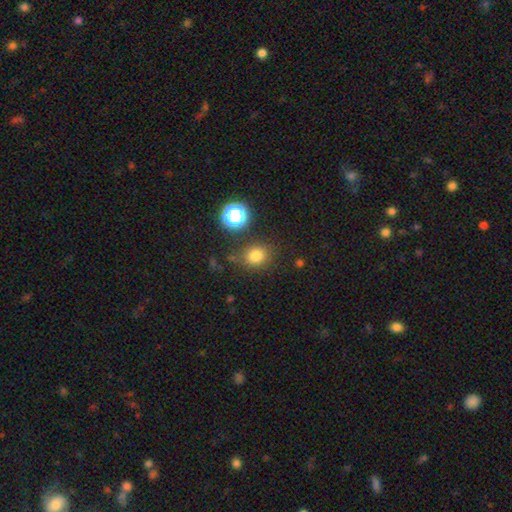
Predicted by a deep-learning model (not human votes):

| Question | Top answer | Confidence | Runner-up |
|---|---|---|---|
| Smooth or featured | smooth | 78% | star or artifact (16%) |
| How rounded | round | 75% | in between (24%) |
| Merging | none | 80% | minor disturbance (11%) |